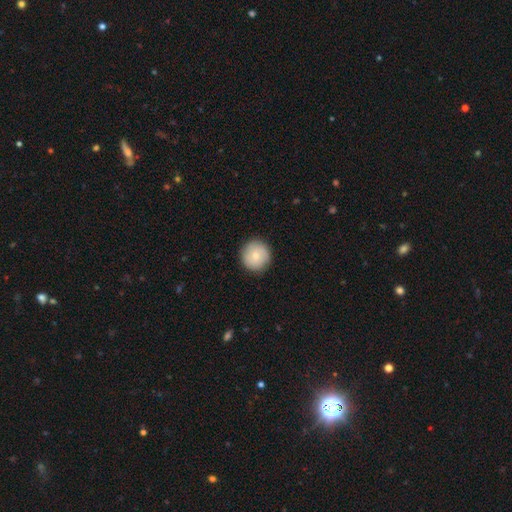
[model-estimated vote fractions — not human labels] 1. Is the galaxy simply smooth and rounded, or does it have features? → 76% smooth, 17% featured or disk, 7% star or artifact.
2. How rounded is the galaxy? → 95% round, 4% in between, 1% cigar-shaped.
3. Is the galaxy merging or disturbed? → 90% none, 7% minor disturbance, 2% major disturbance, 1% merger.